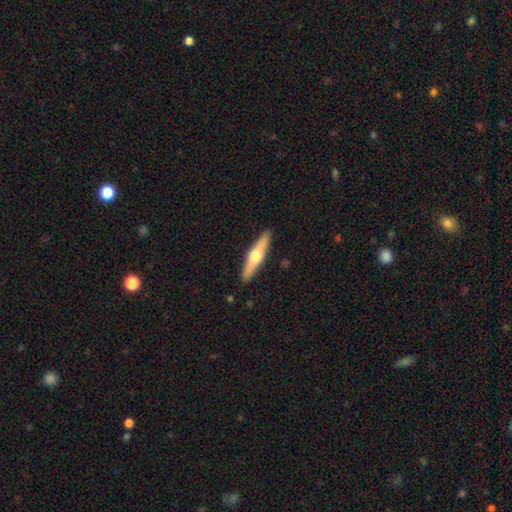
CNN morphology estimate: Smooth or featured? featured or disk (58%)
Edge-on disk? yes (94%)
Edge-on bulge? rounded (94%)
Merging? none (91%)